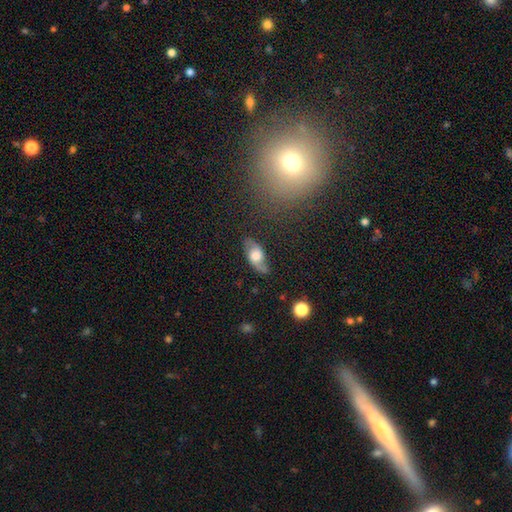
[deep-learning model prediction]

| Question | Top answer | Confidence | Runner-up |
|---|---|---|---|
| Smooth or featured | featured or disk | 59% | smooth (33%) |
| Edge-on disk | no | 84% | yes (16%) |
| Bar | no | 67% | weak (28%) |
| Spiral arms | yes | 86% | no (14%) |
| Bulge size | large | 47% | moderate (36%) |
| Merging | none | 74% | minor disturbance (18%) |